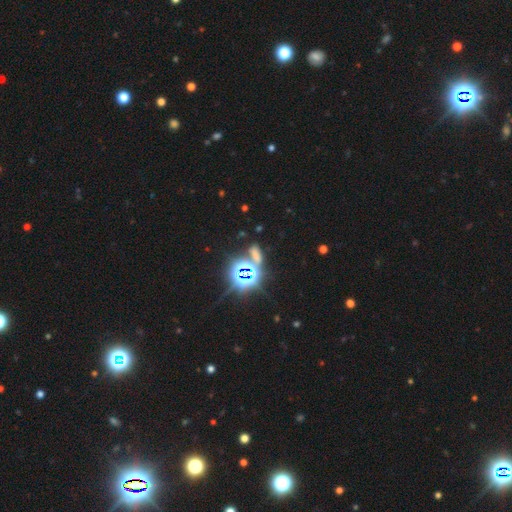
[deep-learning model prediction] Overall: star or artifact (60%; smooth 30%).